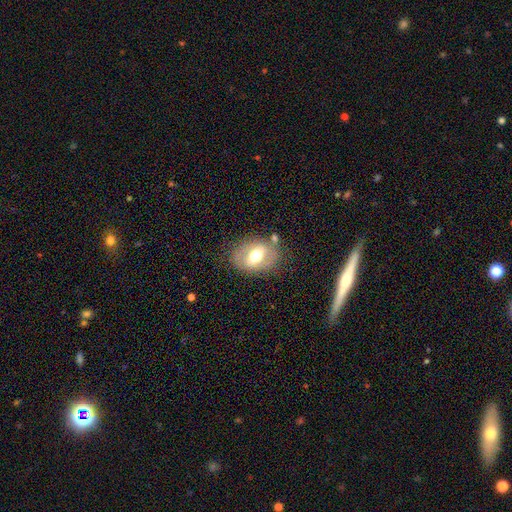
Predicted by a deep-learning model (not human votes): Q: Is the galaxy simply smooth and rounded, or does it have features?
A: featured or disk — 53%.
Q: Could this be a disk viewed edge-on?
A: no — 90%.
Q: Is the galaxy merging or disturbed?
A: none — 72%.